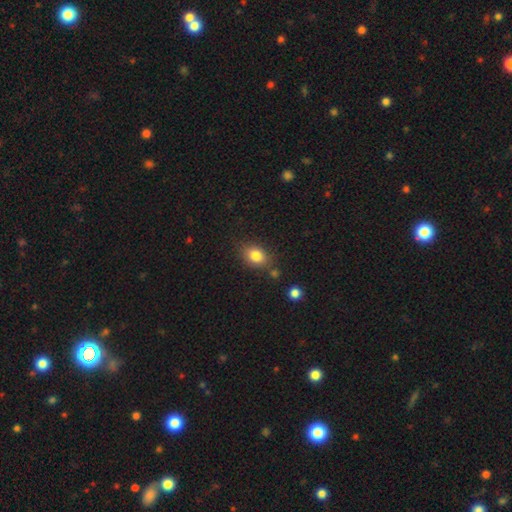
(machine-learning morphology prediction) Smooth or featured: smooth — 83% (star or artifact — 10%)
How rounded: in between — 64% (round — 35%)
Merging: none — 76% (minor disturbance — 14%)